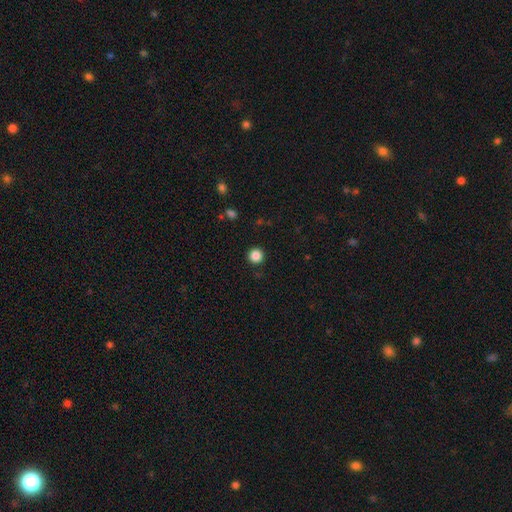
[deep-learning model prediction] The model was most divided on "smooth or featured": smooth: 85%, star or artifact: 11%, featured or disk: 4%. More confident: how rounded — round (96%); merging — none (93%).